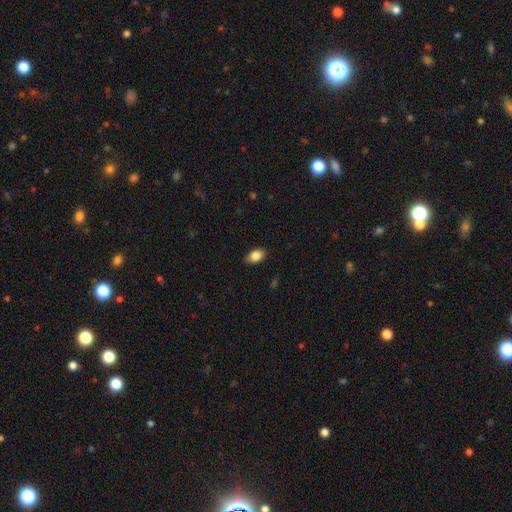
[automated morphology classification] A smooth galaxy with no disk features (85%) that is in between round and cigar-shaped (85%). Merging: none (80%).